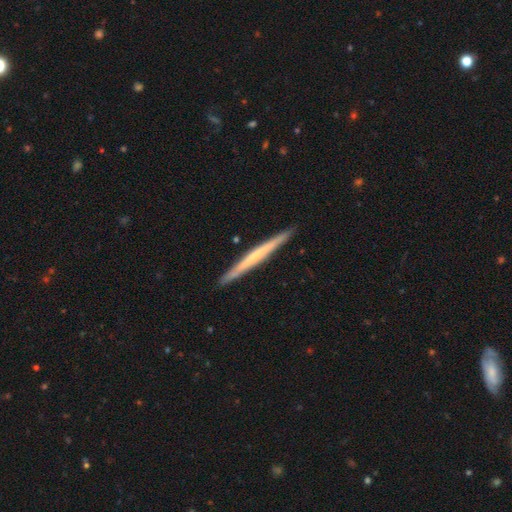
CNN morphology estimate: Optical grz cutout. It shows a featured or disk galaxy (56%) viewed edge-on (97%) with no central bulge (73%). Merging: none (92%).